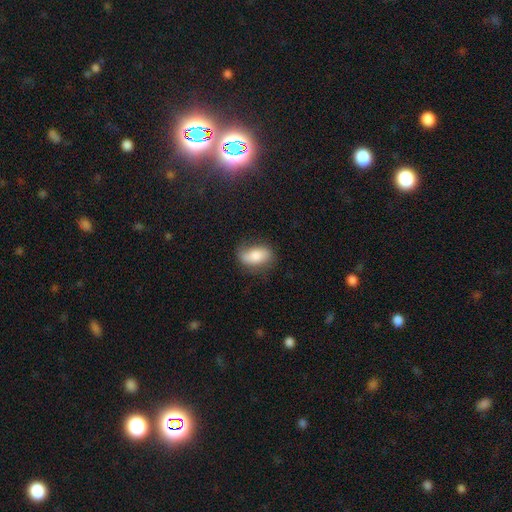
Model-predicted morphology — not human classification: Q: Smooth or featured?
A: smooth (71%); runner-up: featured or disk (22%)
Q: How rounded?
A: in between (88%); runner-up: round (8%)
Q: Merging?
A: none (68%); runner-up: minor disturbance (23%)